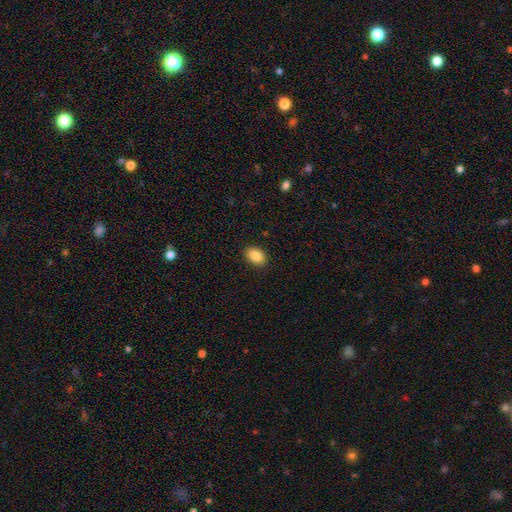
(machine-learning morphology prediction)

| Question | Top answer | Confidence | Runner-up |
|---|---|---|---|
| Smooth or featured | smooth | 87% | star or artifact (8%) |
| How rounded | in between | 85% | round (14%) |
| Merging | none | 89% | minor disturbance (8%) |